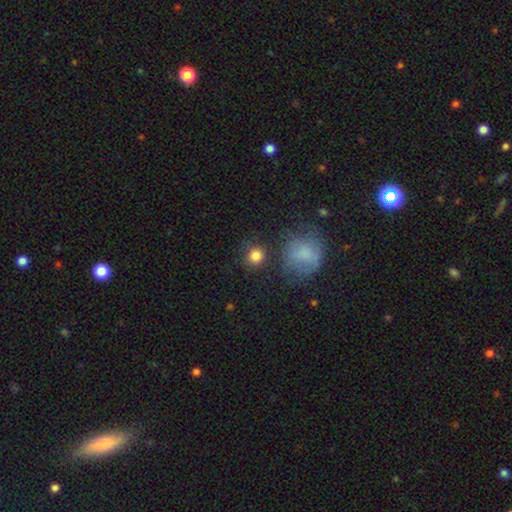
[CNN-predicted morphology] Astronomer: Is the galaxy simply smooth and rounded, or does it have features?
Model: smooth — 85%.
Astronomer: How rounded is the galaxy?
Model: round — 88%.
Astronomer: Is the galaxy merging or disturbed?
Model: none — 80%.